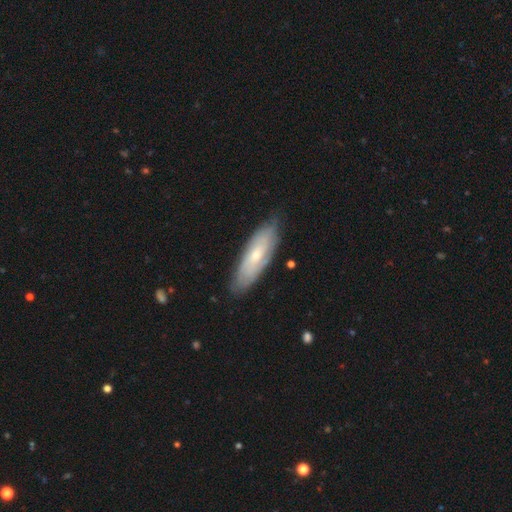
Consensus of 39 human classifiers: Morphology: type=featured or disk (51%); edge-on=no (75%); bar=no (87%); spiral arms=yes (93%); winding=tight (64%); arm count=can't tell (79%); bulge=small (87%); merging=none (81%).